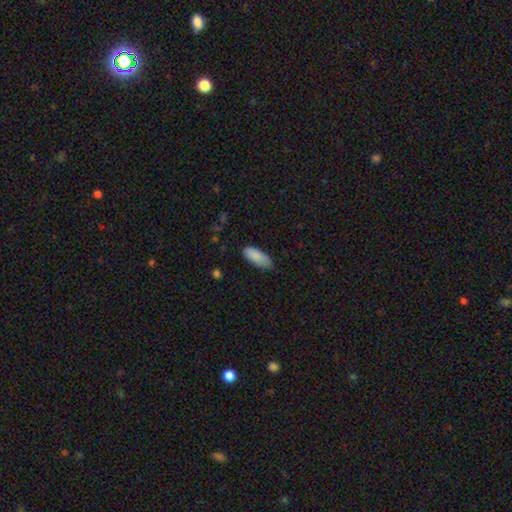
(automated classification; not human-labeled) Smooth or featured? Predicted: smooth (p=0.86). How rounded? Predicted: in between (p=0.83). Merging? Predicted: none (p=0.65).